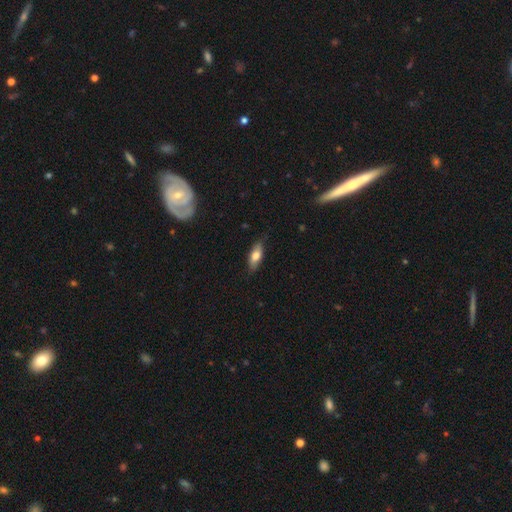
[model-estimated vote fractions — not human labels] smooth_or_featured: smooth (p=0.71) [alt: featured or disk p=0.22]
how_rounded: in between (p=0.74) [alt: cigar-shaped p=0.23]
merging: none (p=0.80) [alt: minor disturbance p=0.16]